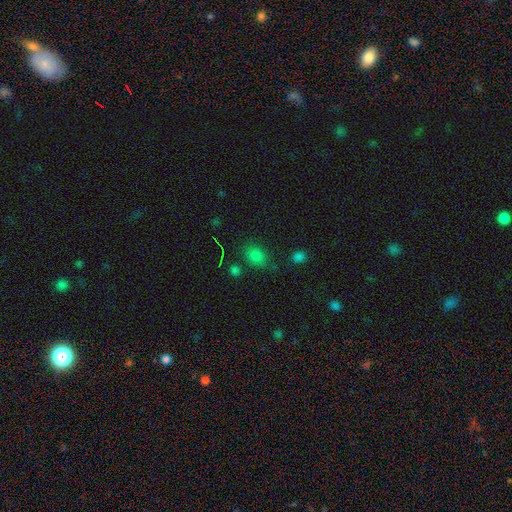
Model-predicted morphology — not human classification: This is likely a smooth galaxy (73%). How rounded: likely in between (66%). Merging: likely none (74%).